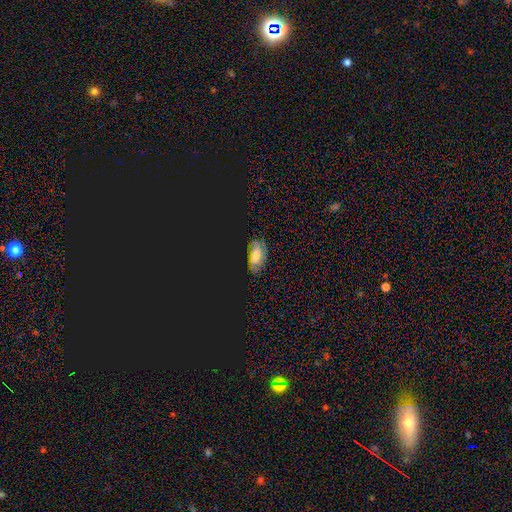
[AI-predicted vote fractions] Smooth or featured?
  - star or artifact: 42% *
  - smooth: 34%
  - featured or disk: 24%